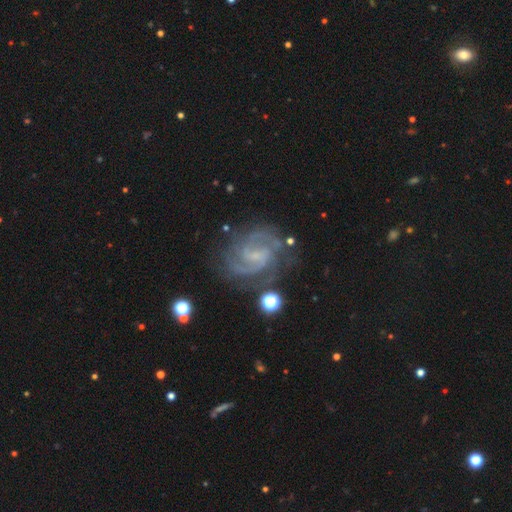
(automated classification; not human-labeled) smooth_or_featured: featured or disk (p=0.90) [alt: star or artifact p=0.06]
disk_edge_on: no (p=0.98) [alt: yes p=0.02]
bar: weak (p=0.54) [alt: no p=0.28]
has_spiral_arms: yes (p=0.98) [alt: no p=0.02]
spiral_winding: medium (p=0.51) [alt: tight p=0.39]
spiral_arm_count: 2 (p=0.72) [alt: 3 p=0.11]
bulge_size: small (p=0.62) [alt: none p=0.26]
merging: none (p=0.73) [alt: minor disturbance p=0.16]